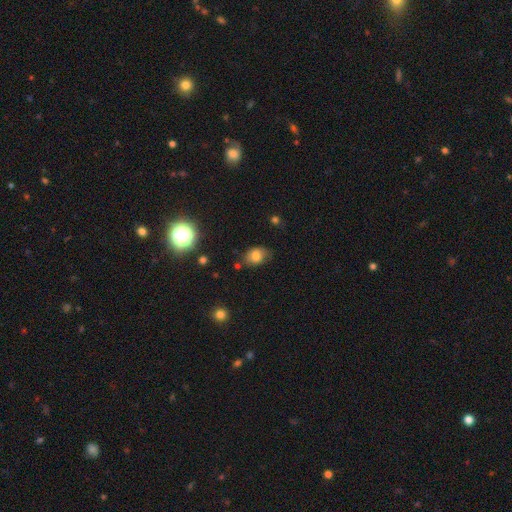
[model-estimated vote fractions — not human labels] smooth_or_featured: smooth (p=0.74) [alt: star or artifact p=0.13]
how_rounded: in between (p=0.71) [alt: round p=0.27]
merging: none (p=0.65) [alt: minor disturbance p=0.26]